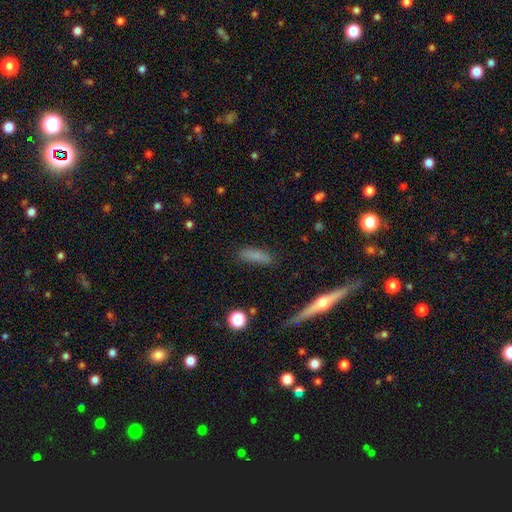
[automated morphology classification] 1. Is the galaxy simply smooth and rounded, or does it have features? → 75% smooth, 14% featured or disk, 10% star or artifact.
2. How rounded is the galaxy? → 55% cigar-shaped, 42% in between, 3% round.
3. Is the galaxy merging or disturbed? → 79% none, 15% minor disturbance, 4% major disturbance, 2% merger.